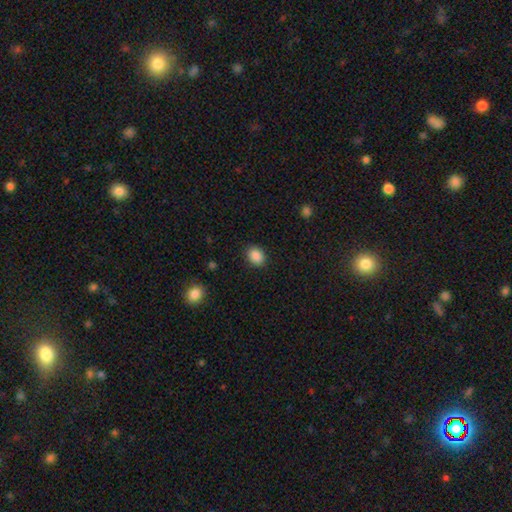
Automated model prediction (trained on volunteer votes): Overall: smooth (89%). How rounded: in between (57%; round 42%). Merging: none (88%).